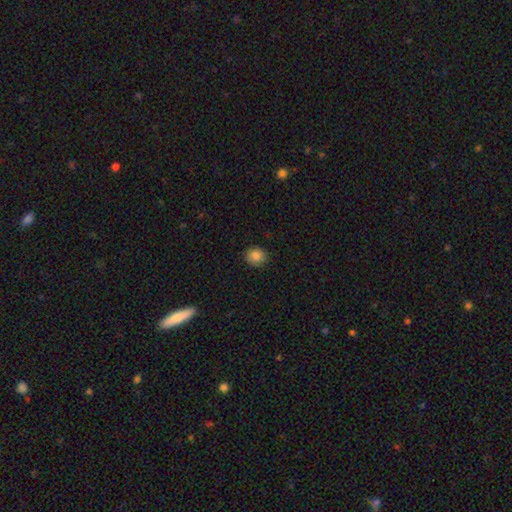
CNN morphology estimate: Overall: smooth (86%). How rounded: round (75%). Merging: none (88%).